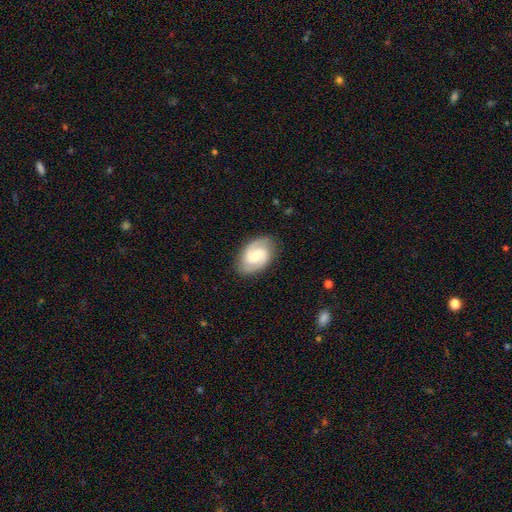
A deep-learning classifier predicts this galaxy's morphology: smooth_or_featured: featured or disk (p=0.79) [alt: smooth p=0.16]
disk_edge_on: no (p=0.97) [alt: yes p=0.03]
bar: weak (p=0.51) [alt: no p=0.36]
has_spiral_arms: yes (p=0.96) [alt: no p=0.04]
spiral_winding: medium (p=0.48) [alt: tight p=0.39]
spiral_arm_count: 2 (p=0.89) [alt: can't tell p=0.05]
bulge_size: small (p=0.43) [alt: moderate p=0.42]
merging: none (p=0.83) [alt: minor disturbance p=0.13]